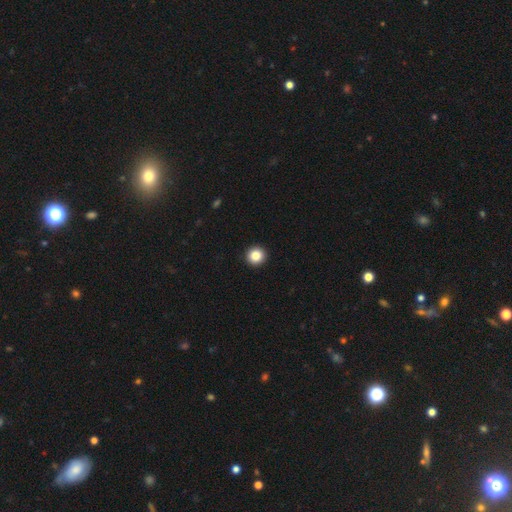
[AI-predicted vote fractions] This is clearly a smooth galaxy (85%). How rounded: clearly round (95%). Merging: clearly none (94%).